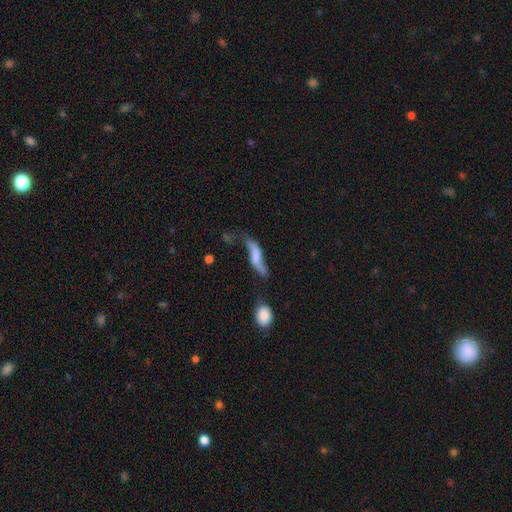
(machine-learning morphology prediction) This appears to be a featured or disk galaxy (60%). Merging: none (44%).